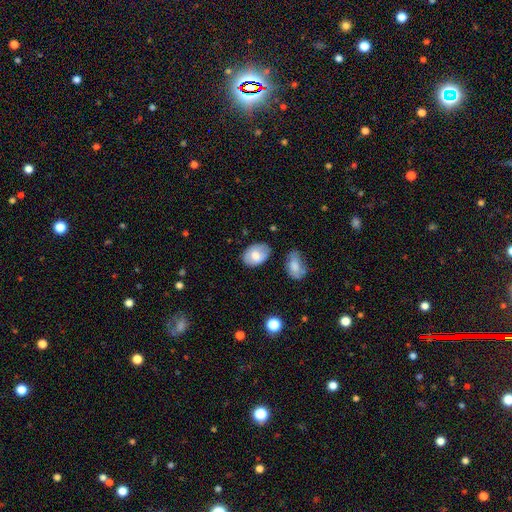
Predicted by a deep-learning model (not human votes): smooth_or_featured: smooth (p=0.69) [alt: featured or disk p=0.24]
how_rounded: in between (p=0.85) [alt: round p=0.14]
merging: none (p=0.72) [alt: minor disturbance p=0.19]